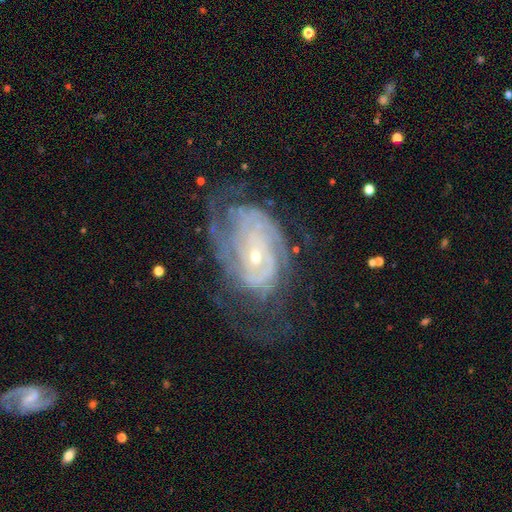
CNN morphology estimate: Smooth or featured? featured or disk (85%)
Edge-on disk? no (96%)
Bar? no (64%)
Spiral arms? yes (94%)
Spiral winding? tight (69%)
Spiral arm count? can't tell (39%)
Bulge size? small (74%)
Merging? none (58%)